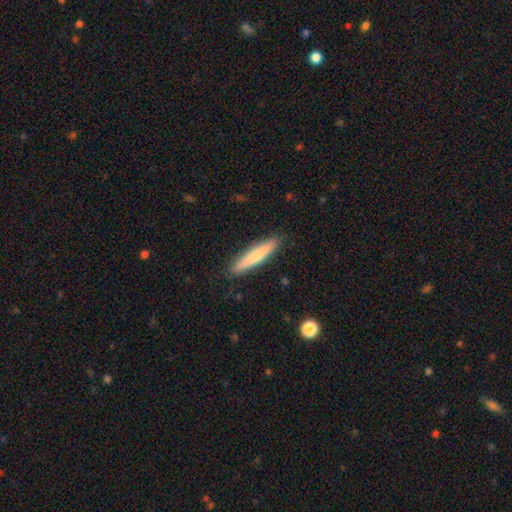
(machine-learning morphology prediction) Smooth or featured: smooth — 70% (featured or disk — 25%)
How rounded: cigar-shaped — 92% (in between — 7%)
Merging: none — 90% (minor disturbance — 8%)